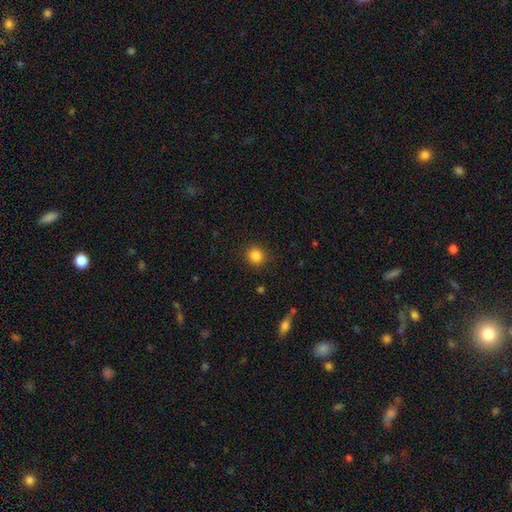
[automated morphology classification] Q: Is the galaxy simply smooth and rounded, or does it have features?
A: smooth — 85%.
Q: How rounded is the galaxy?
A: round — 88%.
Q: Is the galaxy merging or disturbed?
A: none — 90%.